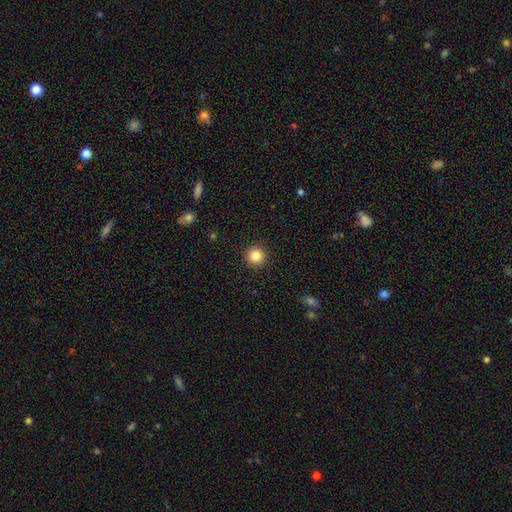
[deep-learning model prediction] smooth_or_featured: smooth (p=0.85) [alt: star or artifact p=0.11]
how_rounded: round (p=0.96) [alt: in between p=0.04]
merging: none (p=0.93) [alt: minor disturbance p=0.05]